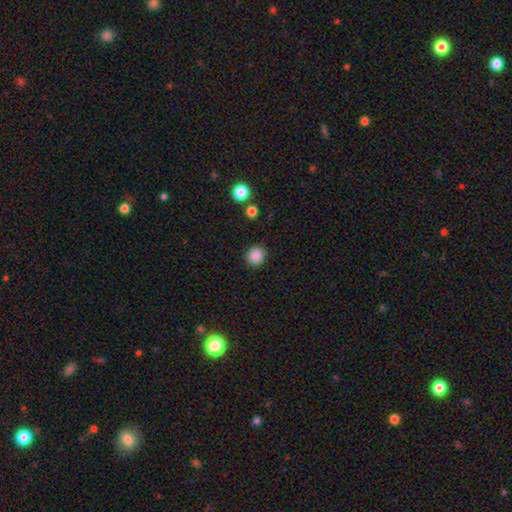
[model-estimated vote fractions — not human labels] Smooth or featured?
  - smooth: 87% *
  - star or artifact: 10%
  - featured or disk: 3%
How rounded?
  - round: 88% *
  - in between: 11%
  - cigar-shaped: 1%
Merging?
  - none: 90% *
  - minor disturbance: 6%
  - major disturbance: 2%
  - merger: 2%